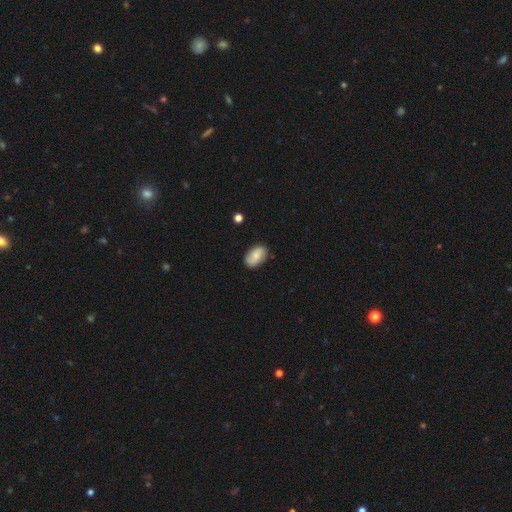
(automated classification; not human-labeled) A smooth galaxy with no disk features (70%) that is in between round and cigar-shaped (91%). Merging: none (83%).